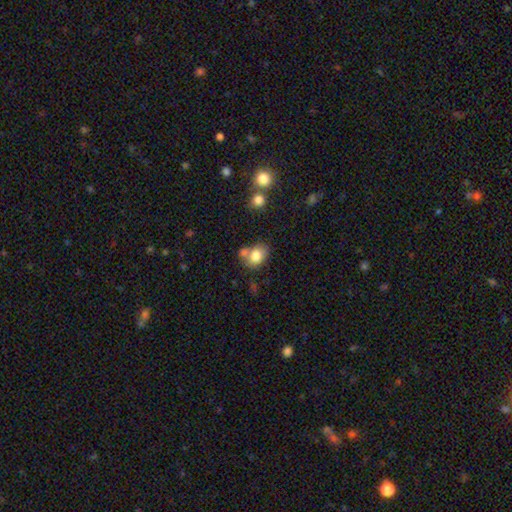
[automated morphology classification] Q: Smooth or featured?
A: smooth (79%); runner-up: featured or disk (12%)
Q: How rounded?
A: in between (59%); runner-up: round (40%)
Q: Merging?
A: none (53%); runner-up: merger (26%)